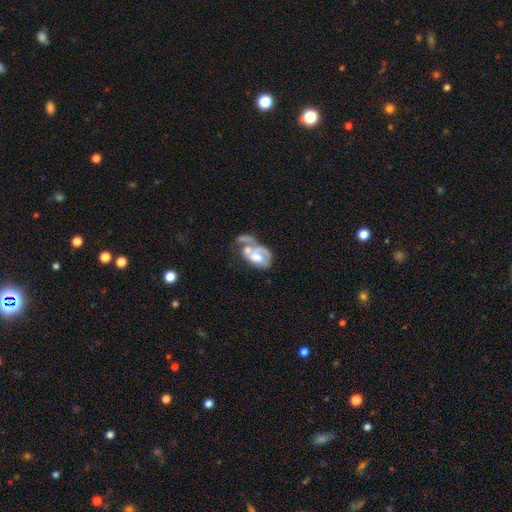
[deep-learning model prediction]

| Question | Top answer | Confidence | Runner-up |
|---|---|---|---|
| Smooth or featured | featured or disk | 54% | smooth (39%) |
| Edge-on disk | no | 96% | yes (4%) |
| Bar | no | 74% | weak (20%) |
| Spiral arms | no | 58% | yes (42%) |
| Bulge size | moderate | 38% | large (28%) |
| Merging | merger | 53% | major disturbance (25%) |